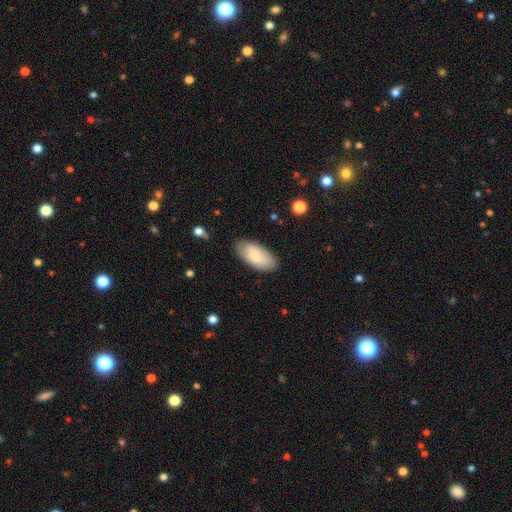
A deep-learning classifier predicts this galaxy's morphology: smooth-or-featured: smooth: 79% | featured or disk: 15% | star or artifact: 6%
  how-rounded: in between: 94% | cigar-shaped: 4% | round: 2%
  merging: none: 81% | minor disturbance: 15% | major disturbance: 3% | merger: 1%